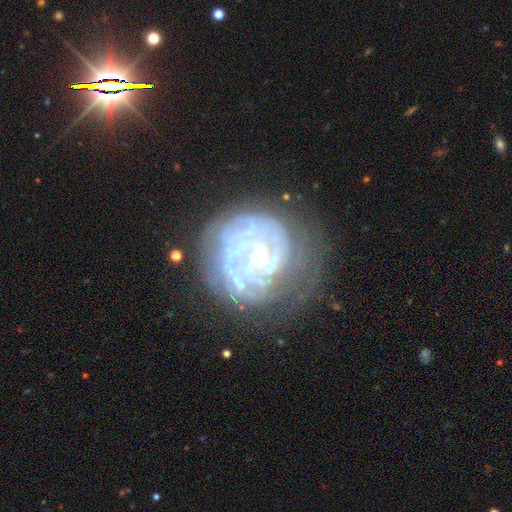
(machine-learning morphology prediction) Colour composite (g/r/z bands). It shows a featured or disk galaxy (80%) with no bar (73%), tight (71%) spiral arms (81%) and a small central bulge (78%). Merging: none (55%).